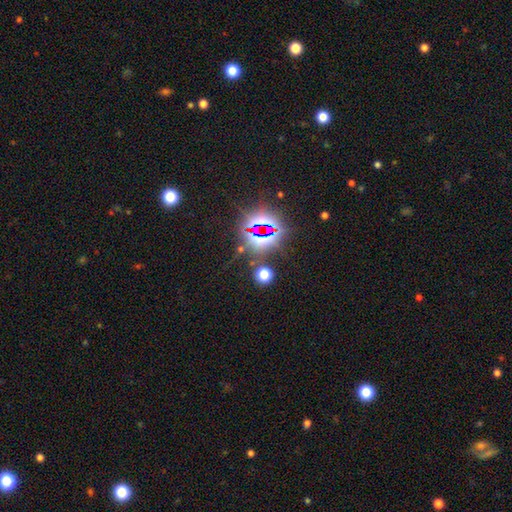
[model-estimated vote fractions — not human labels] This appears to be a star or artifact, not a galaxy (78%).